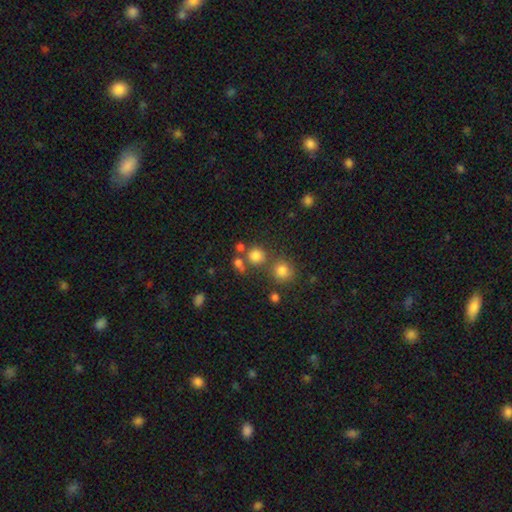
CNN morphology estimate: Smooth or featured? Predicted: smooth (p=0.77). How rounded? Predicted: round (p=0.89). Merging? Predicted: none (p=0.67).